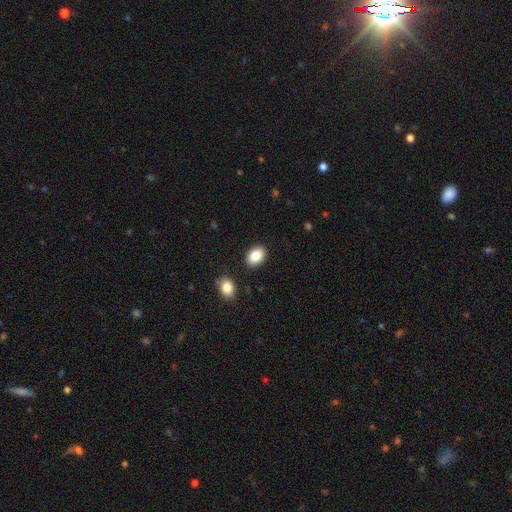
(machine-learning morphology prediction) Q: Smooth or featured?
A: smooth (87%); runner-up: star or artifact (8%)
Q: How rounded?
A: in between (83%); runner-up: round (16%)
Q: Merging?
A: none (87%); runner-up: minor disturbance (8%)